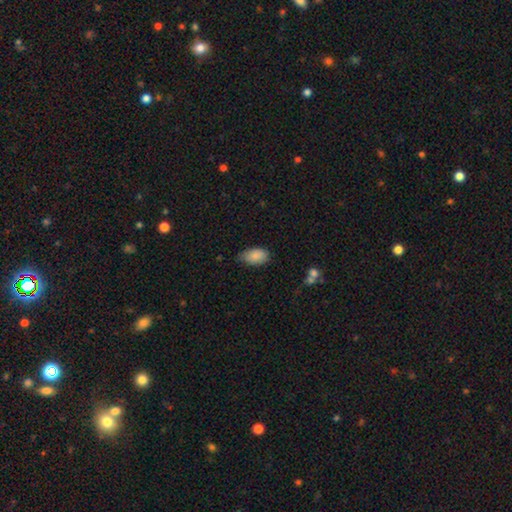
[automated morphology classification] Smooth or featured: smooth — 86% (featured or disk — 7%)
How rounded: in between — 93% (round — 5%)
Merging: none — 69% (minor disturbance — 26%)